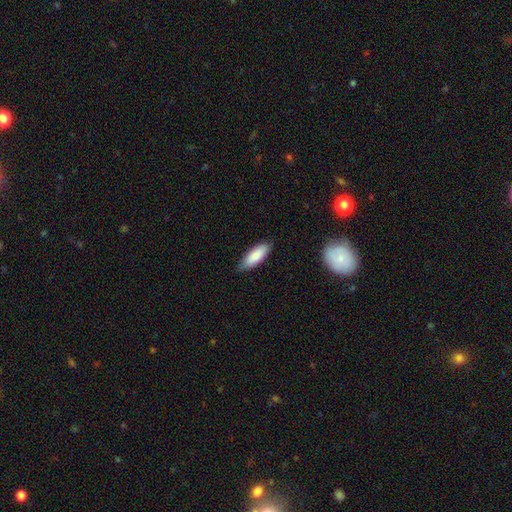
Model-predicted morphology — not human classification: smooth 85%, featured or disk 9%, star or artifact 5%. Down the decision tree: how rounded — in between (66%); merging — none (79%).